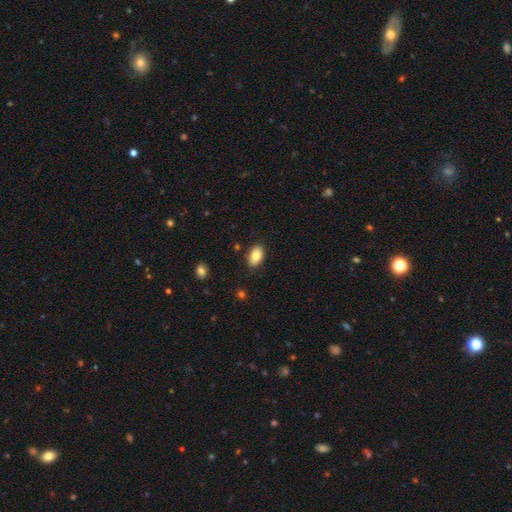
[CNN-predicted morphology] The model was most divided on "smooth or featured": smooth: 83%, featured or disk: 10%, star or artifact: 8%. More confident: how rounded — in between (91%); merging — none (85%).